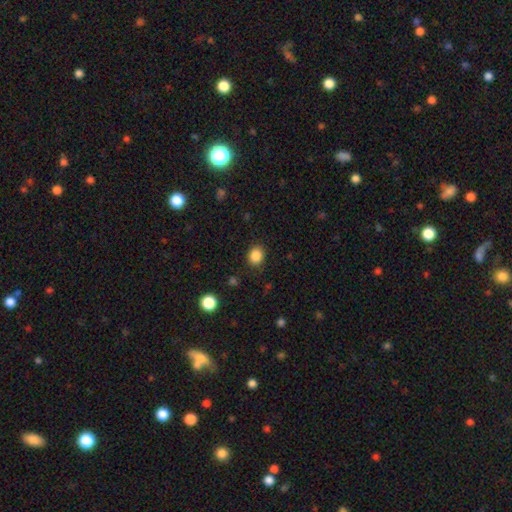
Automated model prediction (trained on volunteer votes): A smooth galaxy with no disk features (86%) that is round (68%). Merging: none (86%).